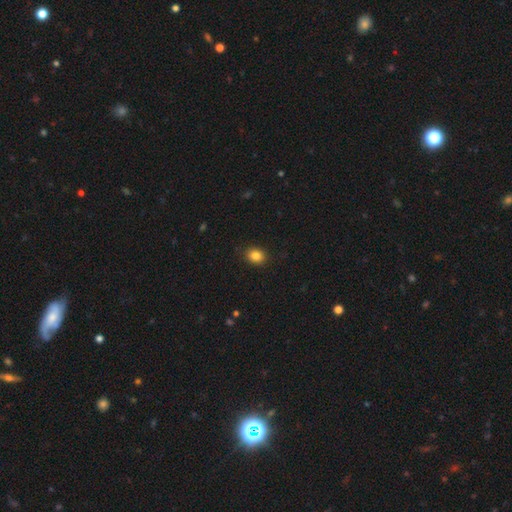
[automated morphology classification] The model was most divided on "how rounded": round: 54%, in between: 45%, cigar-shaped: 1%. More confident: merging — none (89%); smooth or featured — smooth (85%).